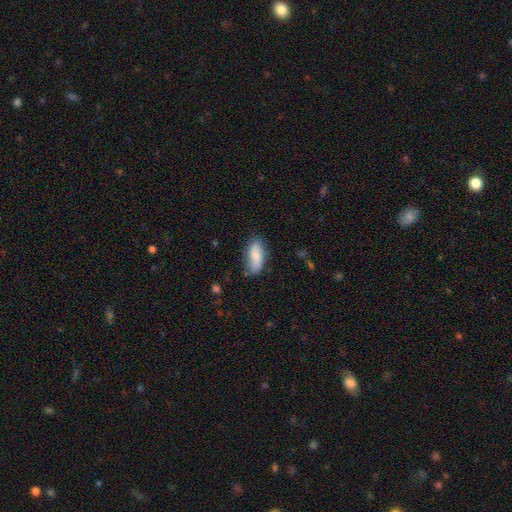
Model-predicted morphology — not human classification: Smooth or featured? Predicted: smooth (p=0.80). How rounded? Predicted: in between (p=0.84). Merging? Predicted: none (p=0.70).